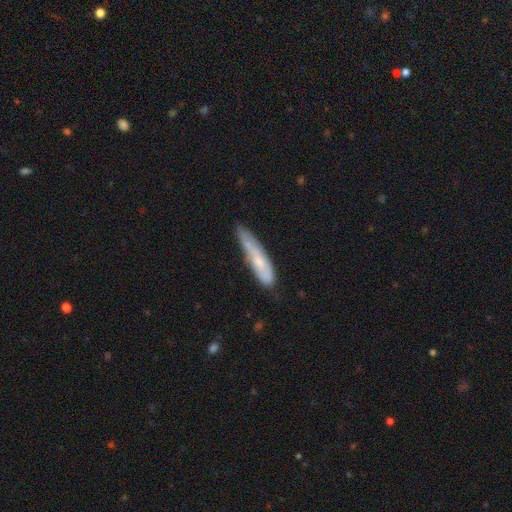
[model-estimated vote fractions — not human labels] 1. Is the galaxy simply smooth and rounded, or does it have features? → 51% smooth, 38% featured or disk, 11% star or artifact.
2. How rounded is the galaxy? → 87% cigar-shaped, 11% in between, 2% round.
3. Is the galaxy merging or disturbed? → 70% none, 22% minor disturbance, 5% major disturbance, 2% merger.